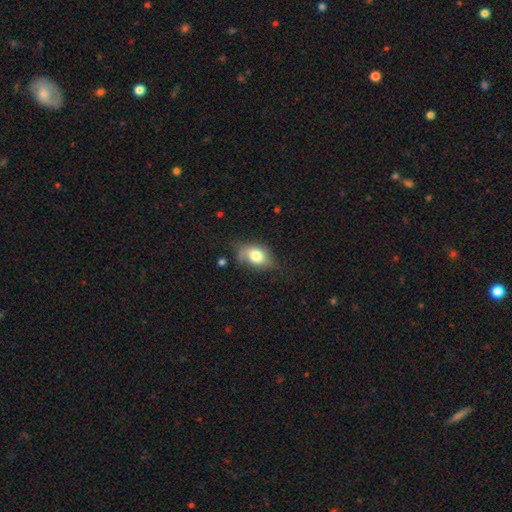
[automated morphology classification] A smooth galaxy with no disk features (72%) that is in between round and cigar-shaped (79%).

Vote fractions:
- Smooth or featured? smooth: 72% / featured or disk: 19% / star or artifact: 9%
- How rounded? in between: 79% / round: 19% / cigar-shaped: 2%
- Merging? none: 50% / minor disturbance: 34% / major disturbance: 13% / merger: 3%